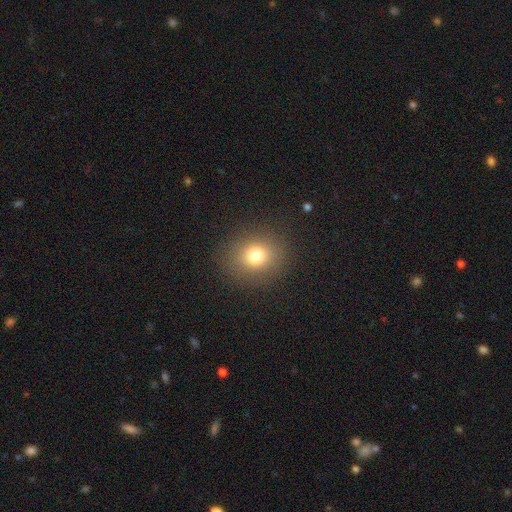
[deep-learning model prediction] A smooth galaxy with no disk features (76%) that is round (75%).

Vote fractions:
- Smooth or featured? smooth: 76% / star or artifact: 14% / featured or disk: 10%
- How rounded? round: 75% / in between: 24% / cigar-shaped: 1%
- Merging? none: 88% / minor disturbance: 7% / major disturbance: 4% / merger: 1%